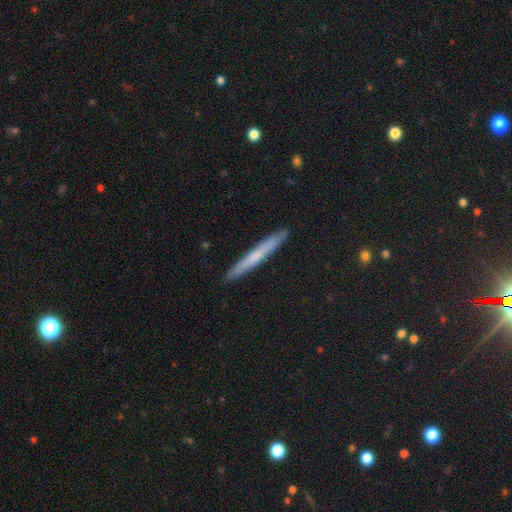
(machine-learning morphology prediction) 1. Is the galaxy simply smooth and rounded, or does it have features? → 54% smooth, 39% featured or disk, 7% star or artifact.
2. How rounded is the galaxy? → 97% cigar-shaped, 2% in between, 1% round.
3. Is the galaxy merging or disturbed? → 91% none, 7% minor disturbance, 1% major disturbance, 1% merger.